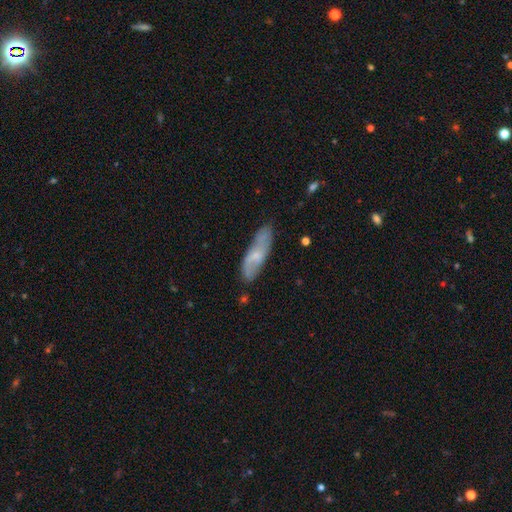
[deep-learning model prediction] Smooth or featured?
  - featured or disk: 47% *
  - smooth: 46%
  - star or artifact: 7%
Merging?
  - none: 74% *
  - minor disturbance: 19%
  - major disturbance: 4%
  - merger: 3%